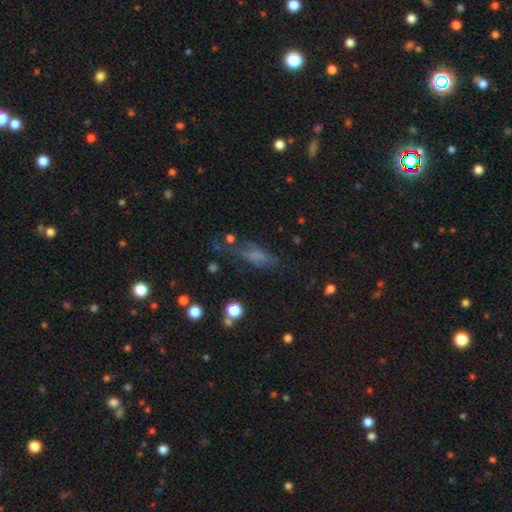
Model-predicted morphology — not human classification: Smooth or featured: smooth — 47% (featured or disk — 32%)
Merging: none — 47% (minor disturbance — 25%)